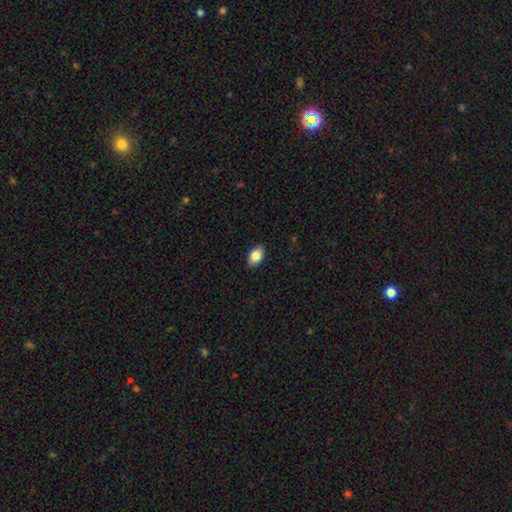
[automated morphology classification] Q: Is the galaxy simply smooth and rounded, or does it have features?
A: smooth — 85%.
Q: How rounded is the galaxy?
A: in between — 89%.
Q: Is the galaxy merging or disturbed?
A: none — 89%.